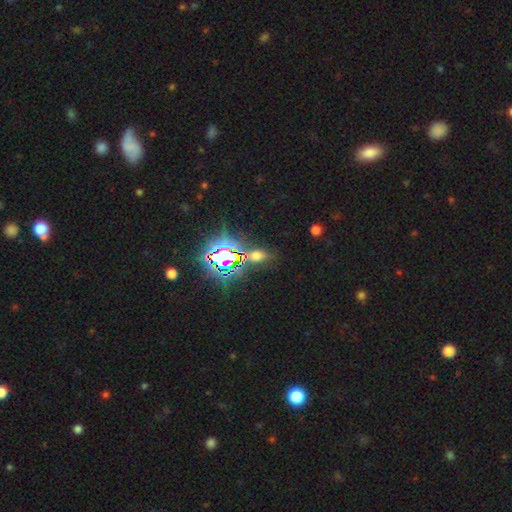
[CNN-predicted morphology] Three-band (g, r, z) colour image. It shows a star or artifact, not a galaxy (50%).